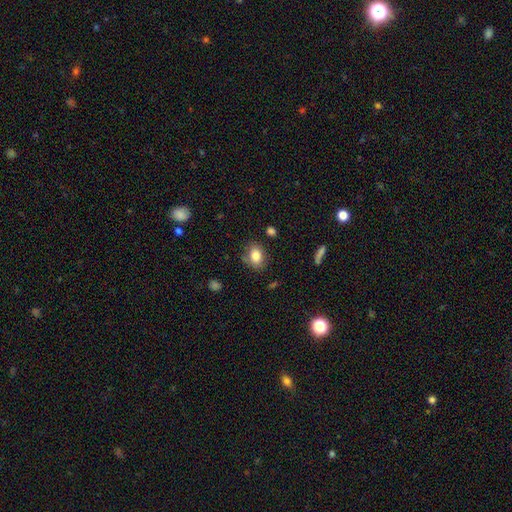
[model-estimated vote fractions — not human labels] The model was most divided on "how rounded": in between: 67%, round: 31%, cigar-shaped: 1%. More confident: smooth or featured — smooth (82%); merging — none (77%).